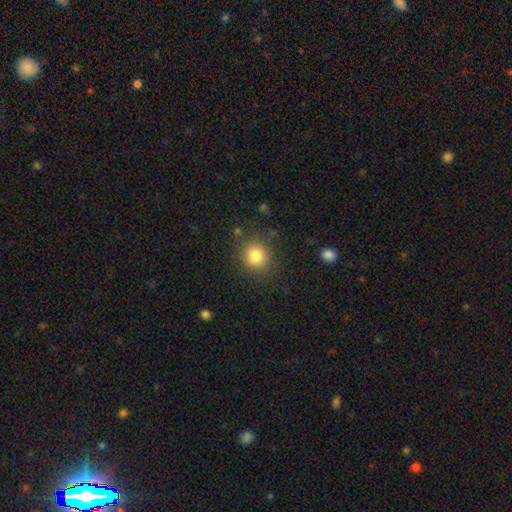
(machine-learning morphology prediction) smooth_or_featured: smooth (p=0.82) [alt: star or artifact p=0.11]
how_rounded: round (p=0.88) [alt: in between p=0.11]
merging: none (p=0.83) [alt: minor disturbance p=0.10]